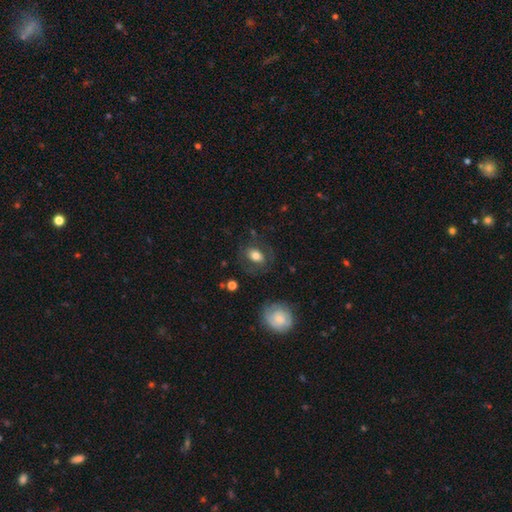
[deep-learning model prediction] Q: Smooth or featured?
A: smooth (63%); runner-up: featured or disk (29%)
Q: How rounded?
A: in between (64%); runner-up: round (34%)
Q: Merging?
A: none (70%); runner-up: minor disturbance (15%)